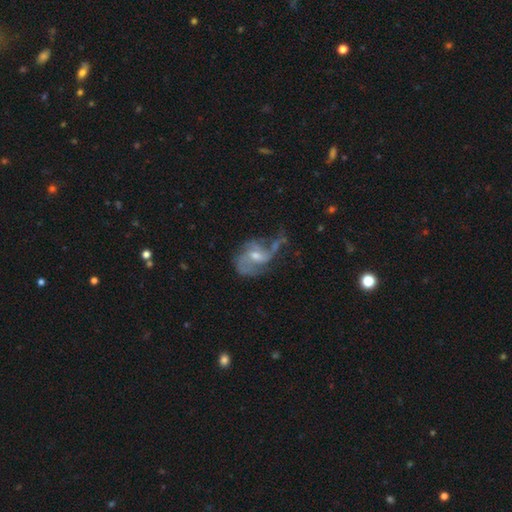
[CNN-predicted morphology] smooth_or_featured: featured or disk (p=0.77) [alt: smooth p=0.15]
disk_edge_on: no (p=0.97) [alt: yes p=0.03]
bar: no (p=0.45) [tied with: weak p=0.45]
has_spiral_arms: yes (p=0.86) [alt: no p=0.14]
spiral_winding: loose (p=0.43) [alt: medium p=0.41]
spiral_arm_count: 2 (p=0.45) [alt: 3 p=0.22]
bulge_size: moderate (p=0.51) [alt: small p=0.42]
merging: none (p=0.36) [alt: major disturbance p=0.34]